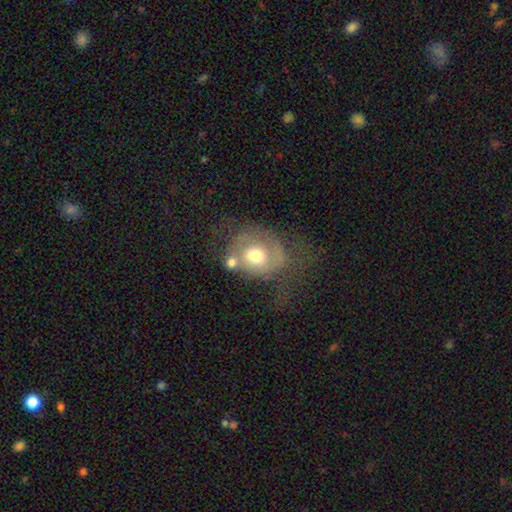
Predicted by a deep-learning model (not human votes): Smooth or featured: featured or disk — 50% (smooth — 41%)
Merging: none — 30% (major disturbance — 28%)